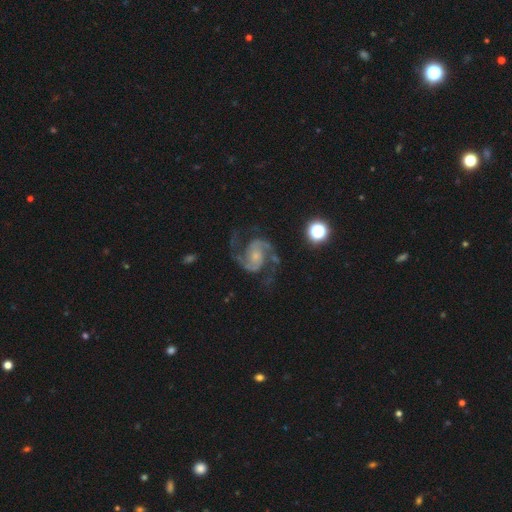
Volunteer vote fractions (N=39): Morphology: type=featured or disk (95%); edge-on=no (100%); bar=no (46%); spiral arms=yes (97%); winding=medium (75%); arm count=2 (100%); bulge=small (70%); merging=none (79%).